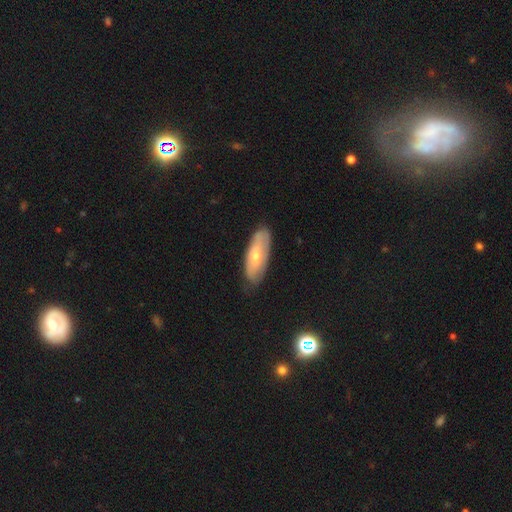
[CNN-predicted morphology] smooth_or_featured: smooth (p=0.48) [alt: featured or disk p=0.46]
merging: none (p=0.76) [alt: minor disturbance p=0.19]